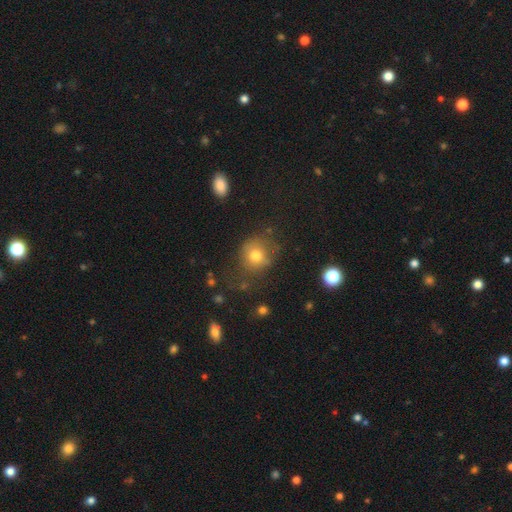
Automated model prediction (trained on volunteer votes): Smooth or featured?
  - smooth: 75% *
  - star or artifact: 14%
  - featured or disk: 11%
How rounded?
  - round: 79% *
  - in between: 19%
  - cigar-shaped: 1%
Merging?
  - none: 64% *
  - minor disturbance: 20%
  - major disturbance: 11%
  - merger: 4%